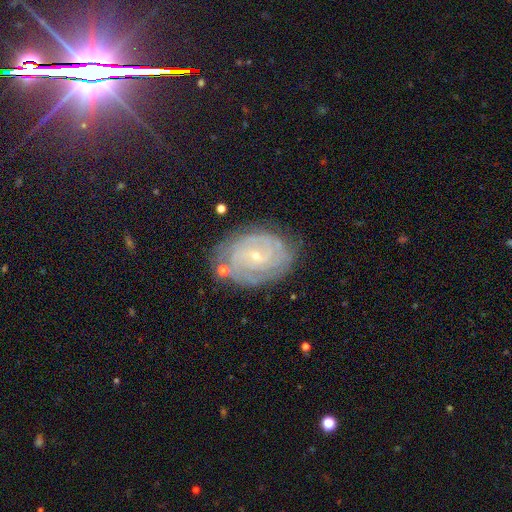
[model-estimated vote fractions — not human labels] A featured or disk galaxy (82%) with no bar (62%), tight (75%) spiral arms (94%) and a small central bulge (81%). Merging: none (75%).